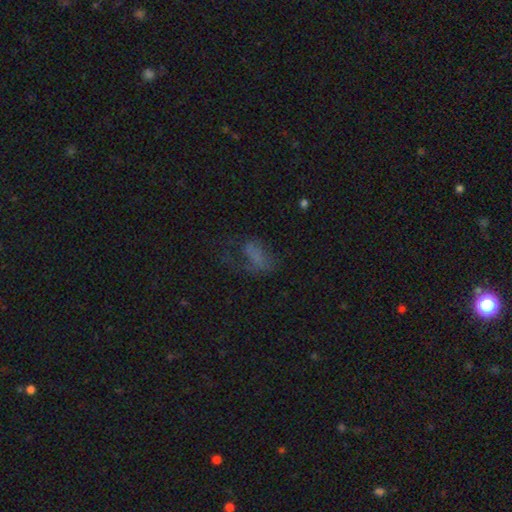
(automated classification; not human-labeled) smooth_or_featured: smooth (p=0.47) [alt: featured or disk p=0.31]
merging: major disturbance (p=0.48) [alt: none p=0.30]